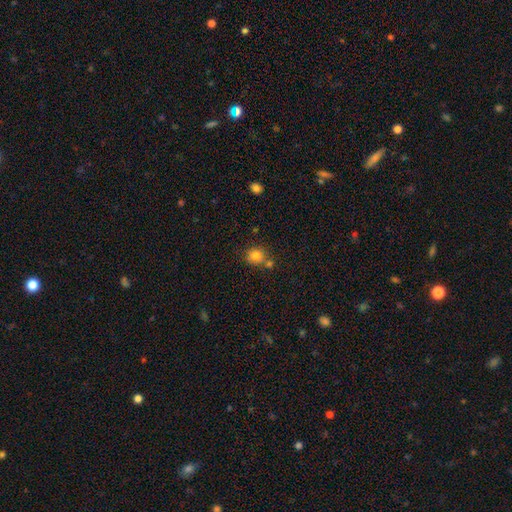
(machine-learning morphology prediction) This is clearly a smooth galaxy (82%). How rounded: clearly round (81%). Merging: likely none (65%).